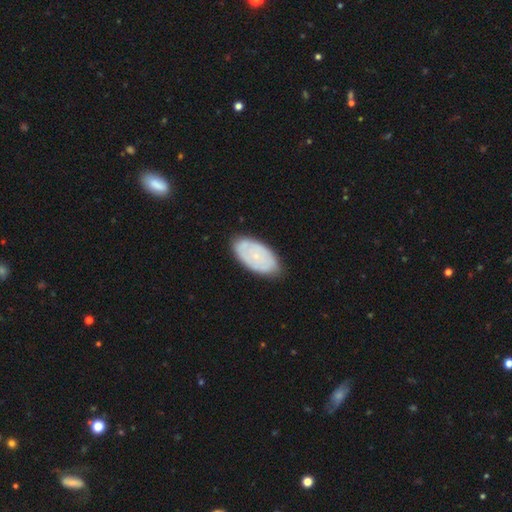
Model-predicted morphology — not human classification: Smooth or featured? Predicted: smooth (p=0.52). How rounded? Predicted: in between (p=0.94). Merging? Predicted: none (p=0.79).